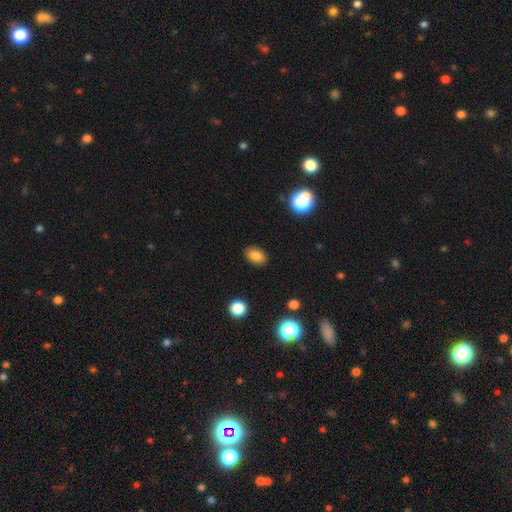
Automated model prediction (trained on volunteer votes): This is clearly a smooth galaxy (83%). How rounded: clearly in between (84%). Merging: clearly none (88%).